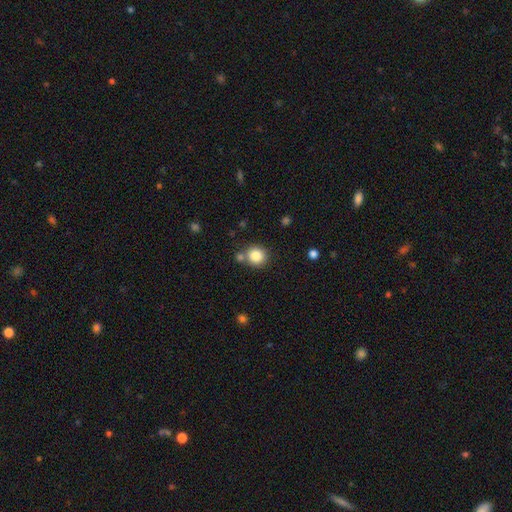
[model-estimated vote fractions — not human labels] smooth-or-featured: smooth: 84% | star or artifact: 10% | featured or disk: 6%
  how-rounded: round: 90% | in between: 9% | cigar-shaped: 1%
  merging: none: 73% | merger: 14% | minor disturbance: 10% | major disturbance: 3%